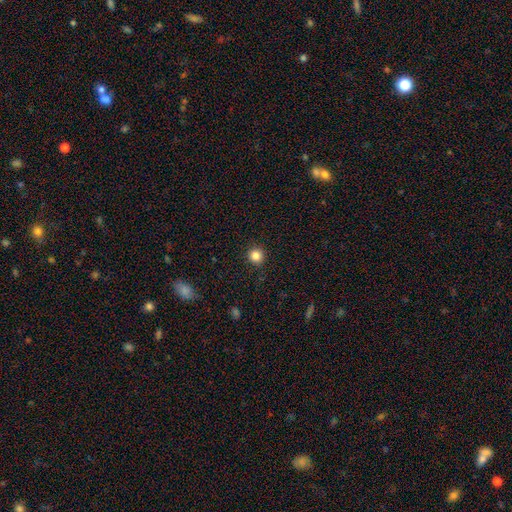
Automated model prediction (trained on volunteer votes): The model was most divided on "smooth or featured": smooth: 84%, star or artifact: 12%, featured or disk: 4%. More confident: how rounded — round (95%); merging — none (92%).